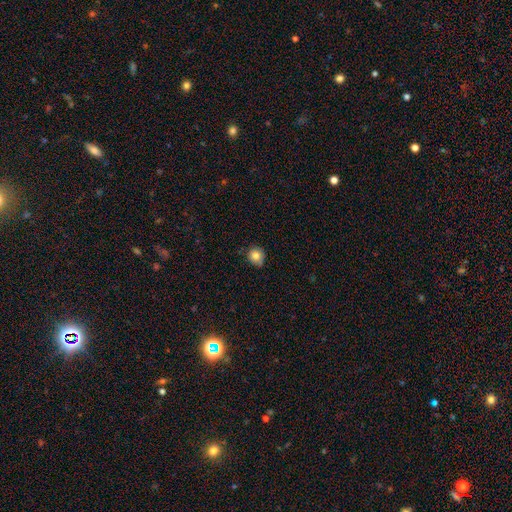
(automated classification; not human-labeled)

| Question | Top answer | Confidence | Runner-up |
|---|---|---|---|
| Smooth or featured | smooth | 80% | star or artifact (10%) |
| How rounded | round | 81% | in between (18%) |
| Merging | none | 72% | minor disturbance (23%) |